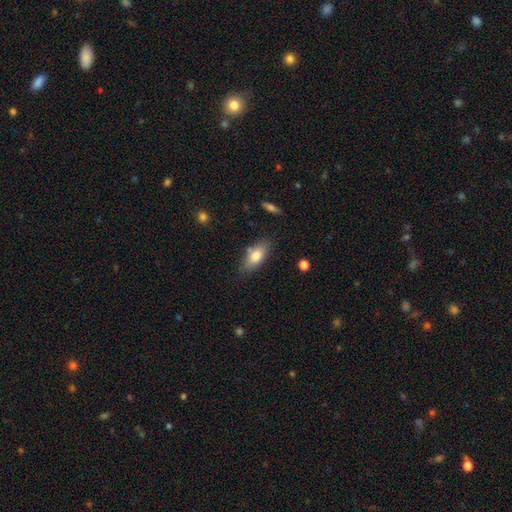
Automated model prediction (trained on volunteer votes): Morphology: type=smooth (77%); roundness=in between (82%); merging=none (75%).